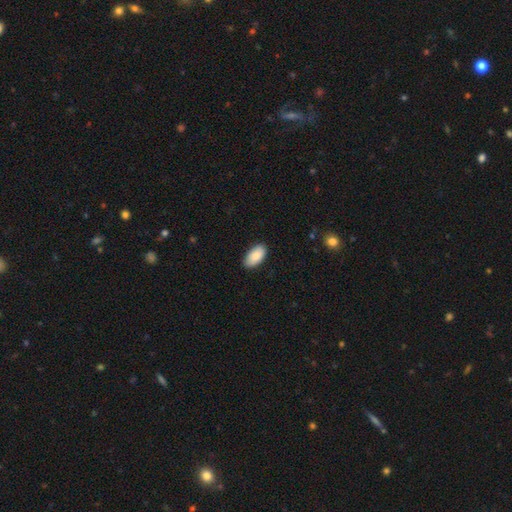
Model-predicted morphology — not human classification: A smooth galaxy with no disk features (89%) that is in between round and cigar-shaped (95%).

Vote fractions:
- Smooth or featured? smooth: 89% / star or artifact: 6% / featured or disk: 5%
- How rounded? in between: 95% / cigar-shaped: 3% / round: 2%
- Merging? none: 87% / minor disturbance: 11% / major disturbance: 2% / merger: 1%